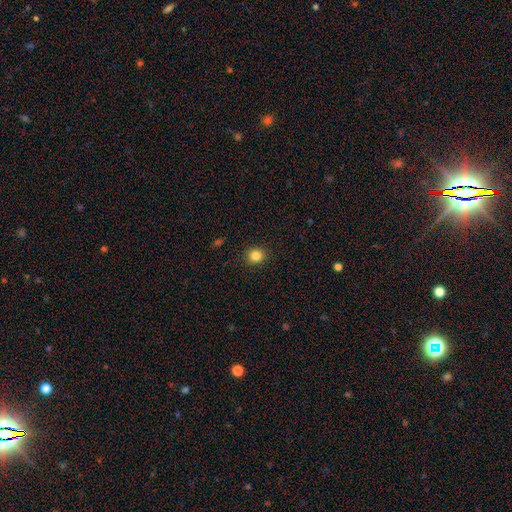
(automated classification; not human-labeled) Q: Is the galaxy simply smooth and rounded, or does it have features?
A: smooth — 84%.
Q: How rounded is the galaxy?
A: round — 83%.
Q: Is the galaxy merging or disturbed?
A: none — 91%.